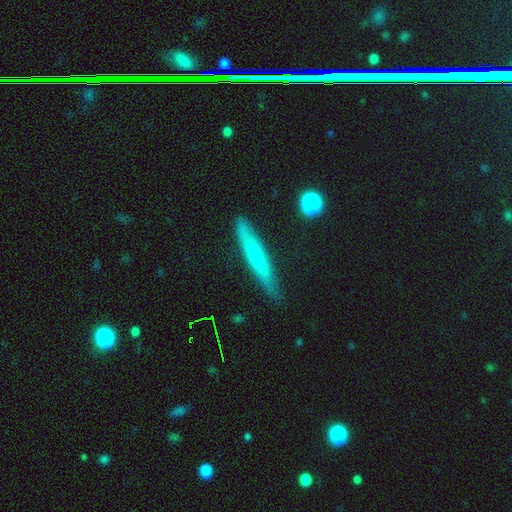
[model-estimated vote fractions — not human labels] smooth-or-featured: featured or disk: 49% | smooth: 44% | star or artifact: 8%
  merging: none: 84% | minor disturbance: 12% | major disturbance: 2% | merger: 1%